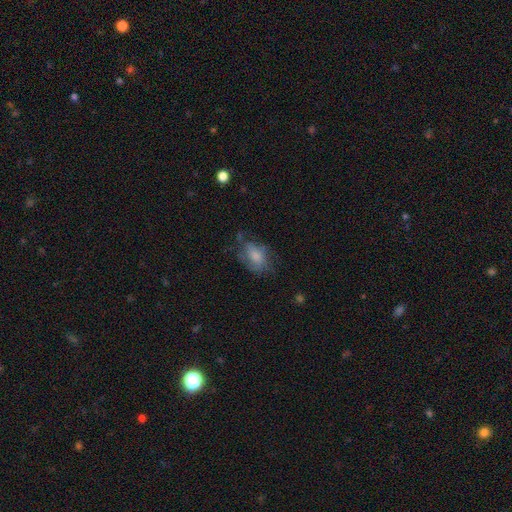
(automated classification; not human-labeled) Smooth or featured: smooth — 65% (featured or disk — 26%)
How rounded: in between — 84% (round — 14%)
Merging: none — 48% (minor disturbance — 30%)